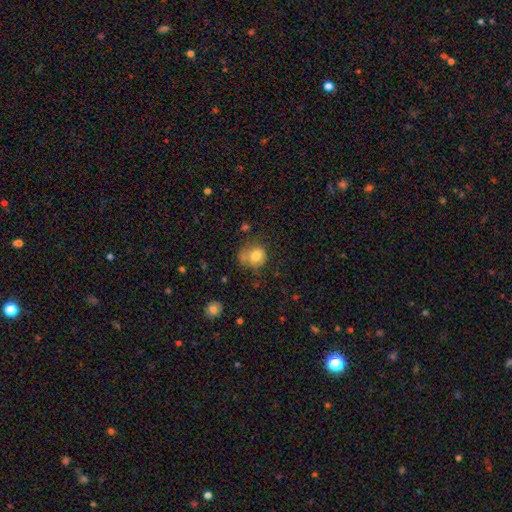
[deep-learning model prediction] Smooth or featured: smooth — 77% (featured or disk — 13%)
How rounded: round — 76% (in between — 23%)
Merging: none — 49% (minor disturbance — 22%)